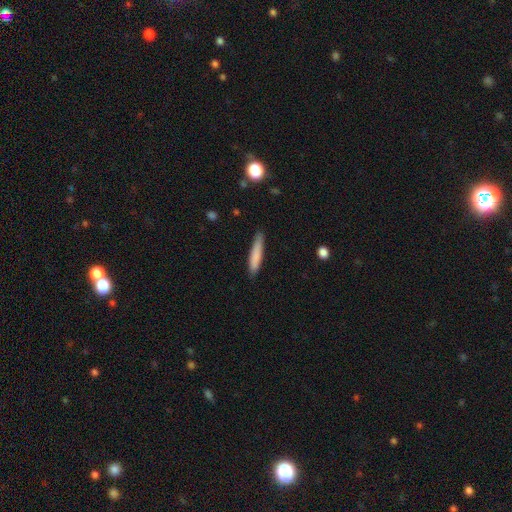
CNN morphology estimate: Smooth or featured? Predicted: smooth (p=0.80). How rounded? Predicted: cigar-shaped (p=0.90). Merging? Predicted: none (p=0.83).